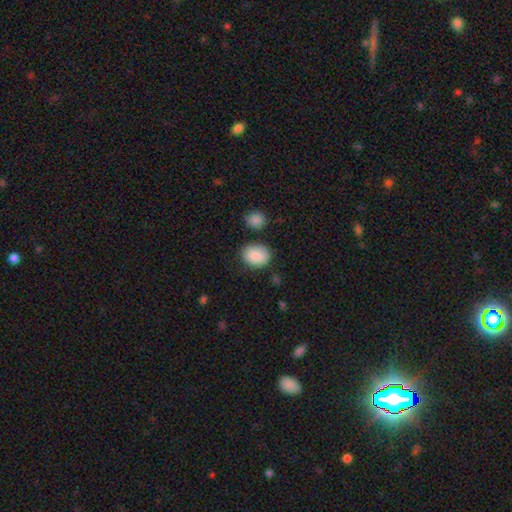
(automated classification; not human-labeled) A smooth galaxy with no disk features (87%) that is in between round and cigar-shaped (61%). Merging: none (76%).